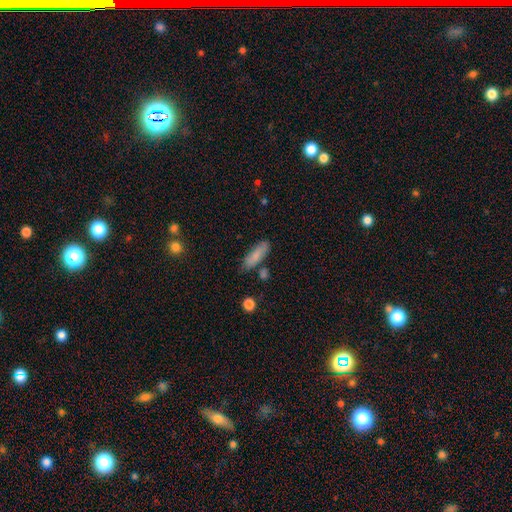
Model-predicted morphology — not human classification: Smooth or featured: smooth — 81% (featured or disk — 13%)
How rounded: in between — 53% (cigar-shaped — 45%)
Merging: none — 72% (minor disturbance — 18%)